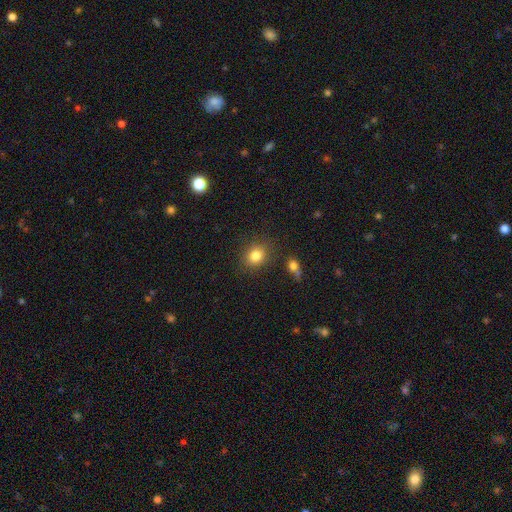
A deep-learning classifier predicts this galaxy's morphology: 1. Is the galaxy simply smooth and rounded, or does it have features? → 82% smooth, 11% star or artifact, 7% featured or disk.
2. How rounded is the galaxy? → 63% round, 36% in between, 1% cigar-shaped.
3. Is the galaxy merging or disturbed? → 82% none, 11% minor disturbance, 4% merger, 3% major disturbance.